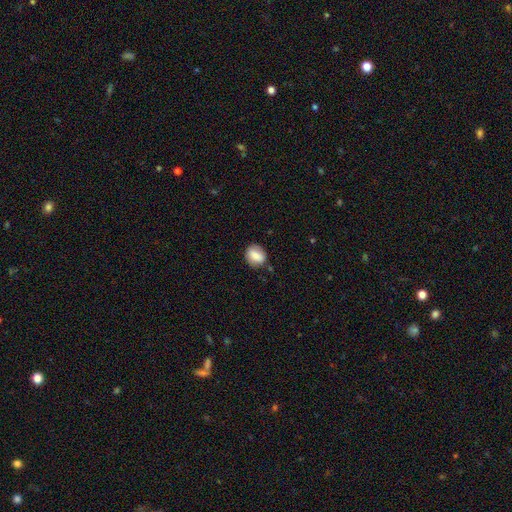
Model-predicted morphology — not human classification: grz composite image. It shows a smooth galaxy with no disk features (79%) that is round (54%). Merging: none (78%).